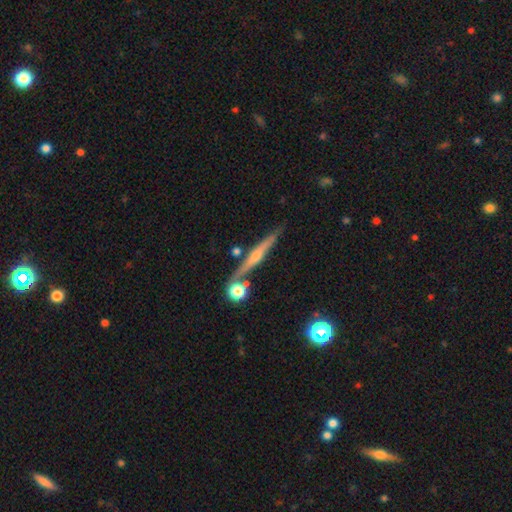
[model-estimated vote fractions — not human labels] Morphology: type=featured or disk (69%); edge-on=yes (96%); edge-on bulge=rounded (76%); merging=none (78%).